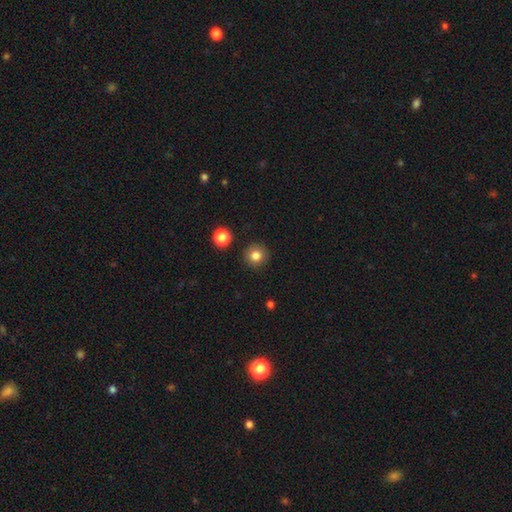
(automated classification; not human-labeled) A smooth galaxy with no disk features (82%) that is round (94%).

Vote fractions:
- Smooth or featured? smooth: 82% / star or artifact: 11% / featured or disk: 7%
- How rounded? round: 94% / in between: 5% / cigar-shaped: 1%
- Merging? none: 91% / minor disturbance: 6% / major disturbance: 2% / merger: 2%